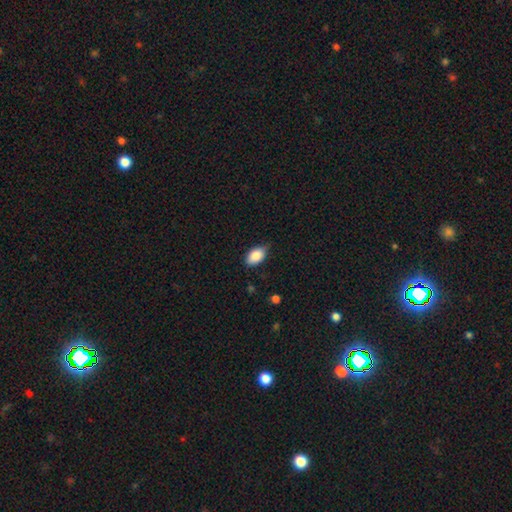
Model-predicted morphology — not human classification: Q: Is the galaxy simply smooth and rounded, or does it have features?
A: smooth — 85%.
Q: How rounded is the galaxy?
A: in between — 91%.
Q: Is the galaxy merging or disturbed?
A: none — 74%.